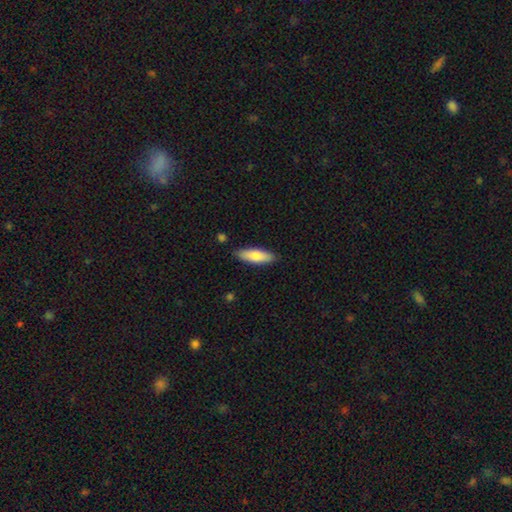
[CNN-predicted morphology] Q: Smooth or featured?
A: smooth (77%); runner-up: featured or disk (17%)
Q: How rounded?
A: in between (54%); runner-up: cigar-shaped (44%)
Q: Merging?
A: none (86%); runner-up: minor disturbance (10%)